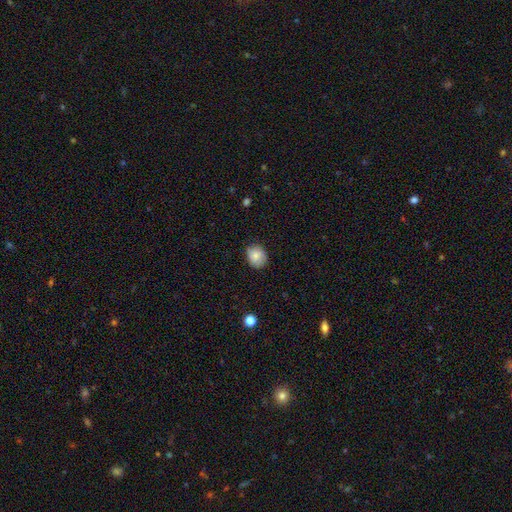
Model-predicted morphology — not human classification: type=smooth (82%); roundness=round (63%); merging=none (76%).